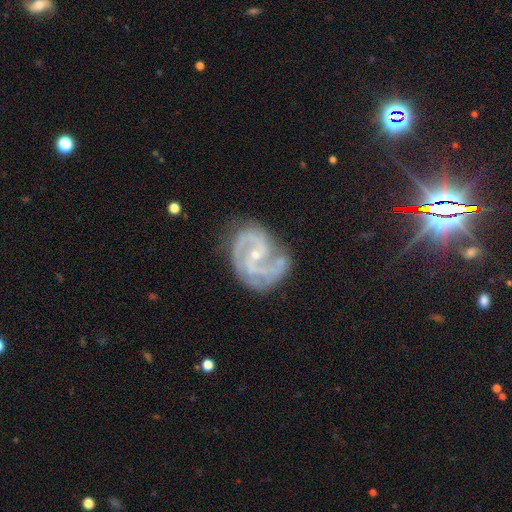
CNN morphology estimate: Smooth or featured: featured or disk — 90% (star or artifact — 6%)
Edge-on disk: no — 98% (yes — 2%)
Bar: no — 44% (weak — 40%)
Spiral arms: yes — 98% (no — 2%)
Spiral winding: medium — 55% (tight — 34%)
Spiral arm count: 2 — 74% (3 — 13%)
Bulge size: small — 76% (moderate — 20%)
Merging: none — 63% (minor disturbance — 23%)